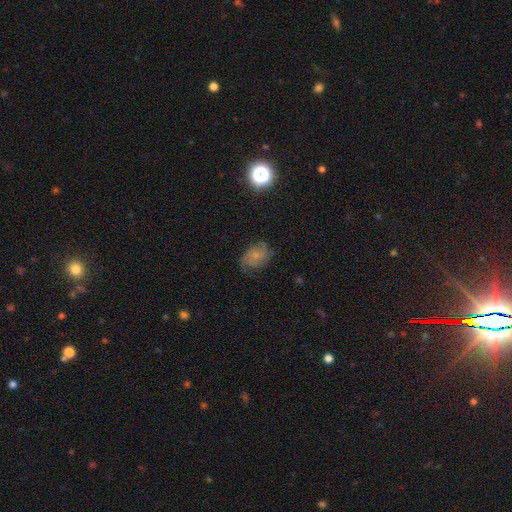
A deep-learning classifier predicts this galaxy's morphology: Smooth or featured?
  - smooth: 45% *
  - featured or disk: 43%
  - star or artifact: 12%
Merging?
  - none: 65% *
  - minor disturbance: 25%
  - major disturbance: 9%
  - merger: 1%